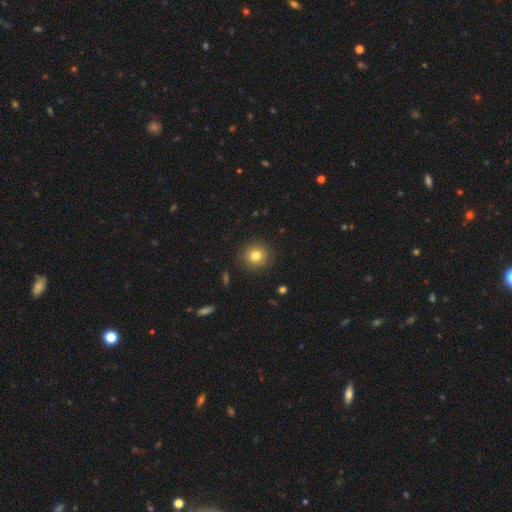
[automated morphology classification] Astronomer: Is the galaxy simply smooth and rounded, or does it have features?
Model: smooth — 79%.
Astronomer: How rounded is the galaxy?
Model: round — 92%.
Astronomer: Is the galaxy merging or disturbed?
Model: none — 90%.